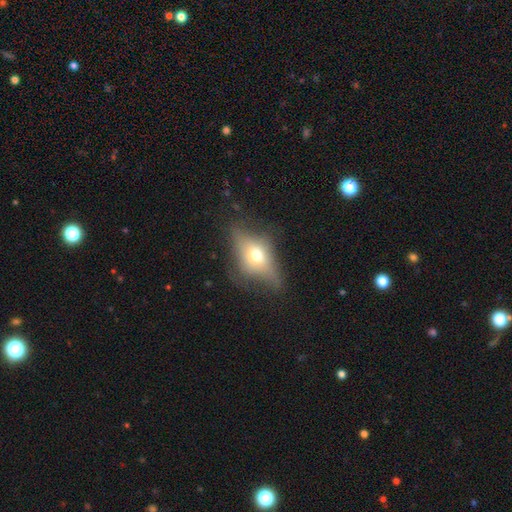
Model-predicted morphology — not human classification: featured or disk 46%, smooth 43%, star or artifact 11%. Down the decision tree: merging — none (46%).